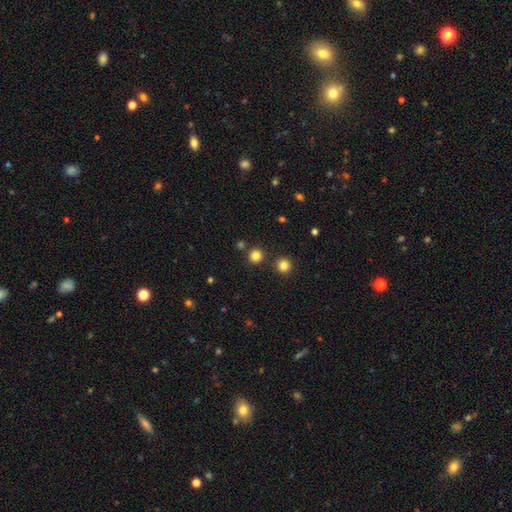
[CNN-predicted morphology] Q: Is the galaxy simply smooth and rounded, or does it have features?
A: smooth — 81%.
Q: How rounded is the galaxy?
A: round — 94%.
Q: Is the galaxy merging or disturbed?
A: none — 87%.